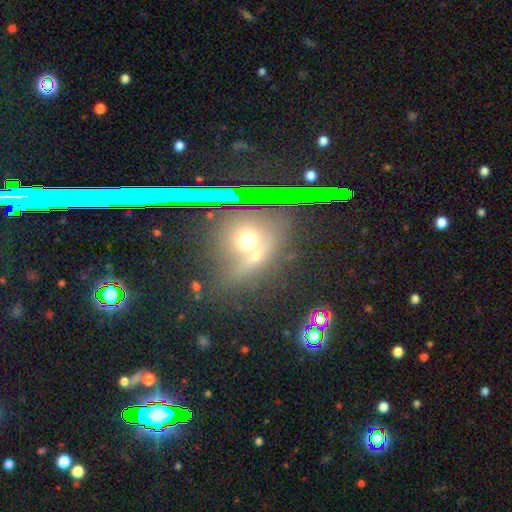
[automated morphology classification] type=smooth (47%); merging=none (65%).